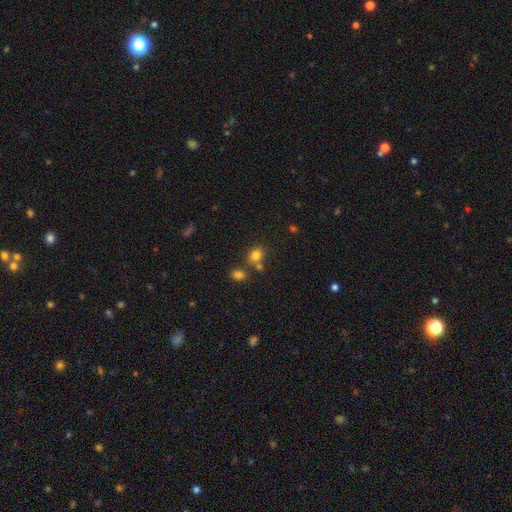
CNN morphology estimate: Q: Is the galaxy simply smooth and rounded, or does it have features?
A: smooth — 79%.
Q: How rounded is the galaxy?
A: round — 63%.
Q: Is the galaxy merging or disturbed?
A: none — 58%.